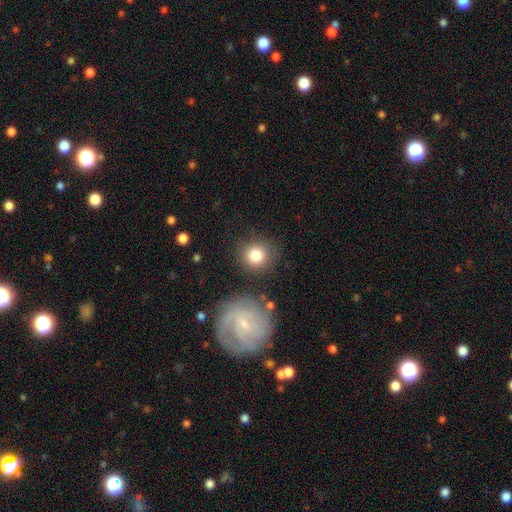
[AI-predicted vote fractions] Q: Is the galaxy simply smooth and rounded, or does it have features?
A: smooth — 81%.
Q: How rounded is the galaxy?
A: round — 88%.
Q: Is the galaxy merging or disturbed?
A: none — 80%.